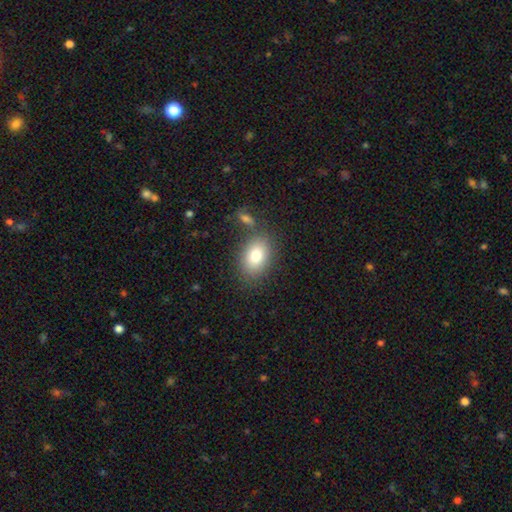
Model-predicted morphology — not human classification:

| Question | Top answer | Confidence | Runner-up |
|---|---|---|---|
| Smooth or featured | smooth | 80% | featured or disk (11%) |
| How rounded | in between | 80% | round (19%) |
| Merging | none | 76% | minor disturbance (12%) |